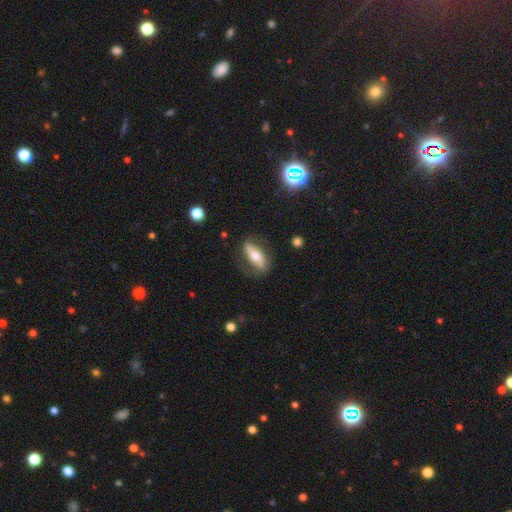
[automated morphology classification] Smooth or featured? Predicted: featured or disk (p=0.55). Edge-on disk? Predicted: no (p=0.71). Merging? Predicted: none (p=0.74).